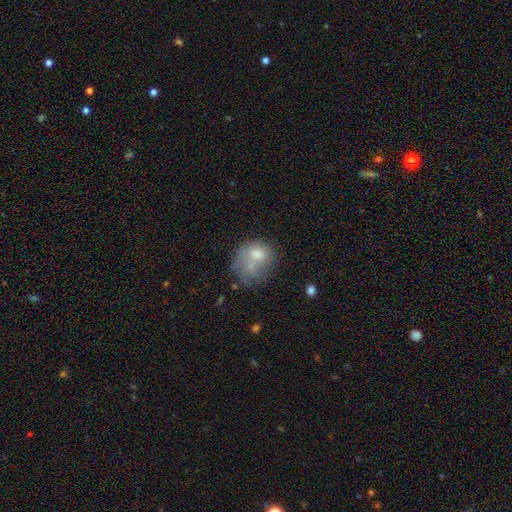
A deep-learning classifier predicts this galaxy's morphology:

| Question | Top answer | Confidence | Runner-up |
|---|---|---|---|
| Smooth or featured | smooth | 65% | featured or disk (26%) |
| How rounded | round | 57% | in between (42%) |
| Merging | none | 31% | merger (26%) |